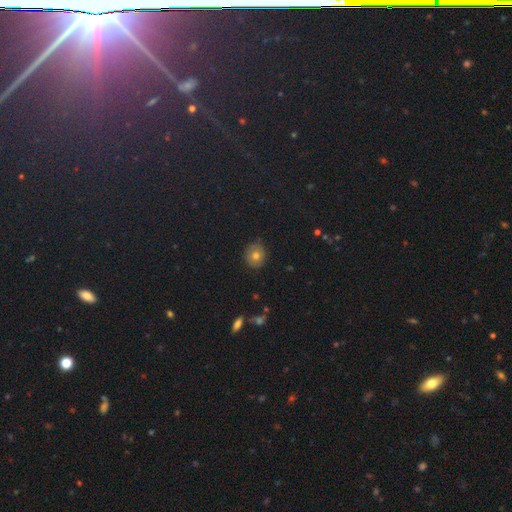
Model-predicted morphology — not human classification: A smooth galaxy with no disk features (71%) that is round (79%).

Vote fractions:
- Smooth or featured? smooth: 71% / star or artifact: 15% / featured or disk: 14%
- How rounded? round: 79% / in between: 20% / cigar-shaped: 1%
- Merging? none: 85% / minor disturbance: 12% / major disturbance: 2% / merger: 1%